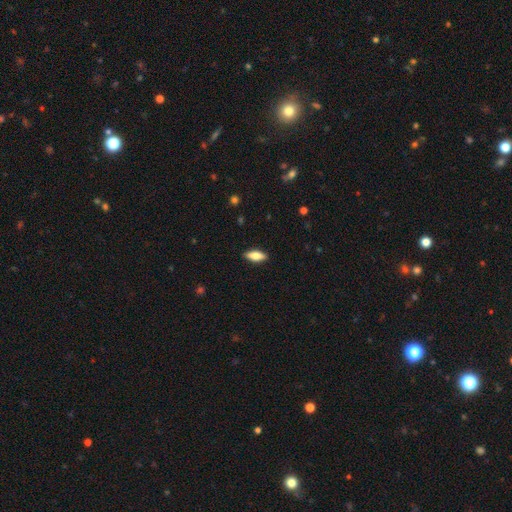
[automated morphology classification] A smooth galaxy with no disk features (76%) that is in between round and cigar-shaped (70%).

Vote fractions:
- Smooth or featured? smooth: 76% / featured or disk: 18% / star or artifact: 6%
- How rounded? in between: 70% / cigar-shaped: 28% / round: 2%
- Merging? none: 88% / minor disturbance: 9% / major disturbance: 2% / merger: 1%